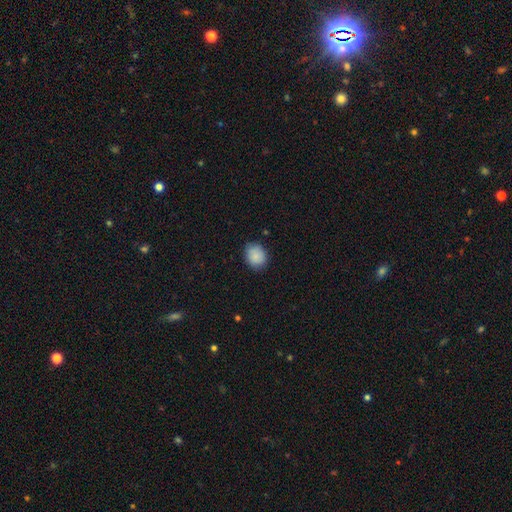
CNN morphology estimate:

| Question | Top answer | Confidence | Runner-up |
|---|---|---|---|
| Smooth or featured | smooth | 86% | star or artifact (8%) |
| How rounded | round | 64% | in between (35%) |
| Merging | none | 80% | minor disturbance (16%) |